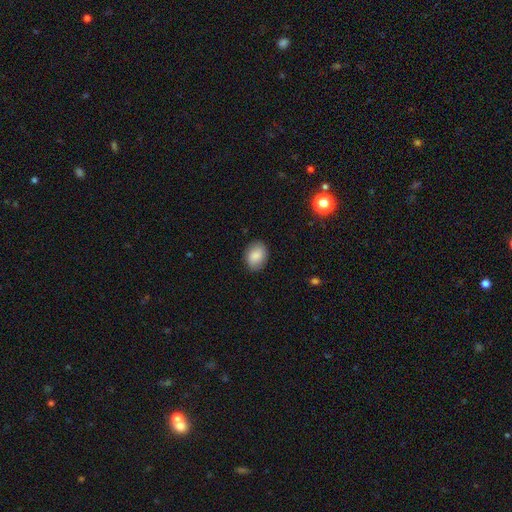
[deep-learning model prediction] smooth 86%, featured or disk 7%, star or artifact 7%. Down the decision tree: how rounded — in between (71%); merging — none (86%).